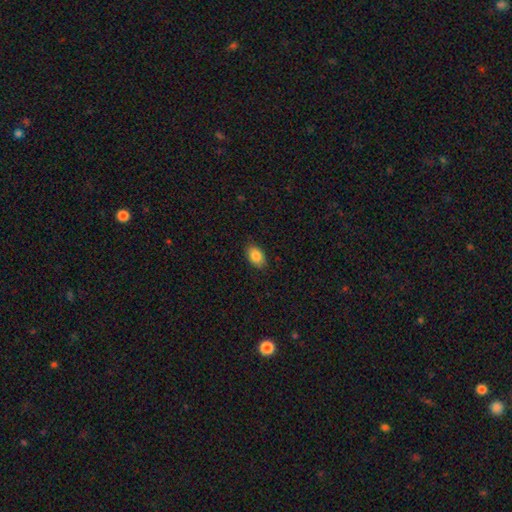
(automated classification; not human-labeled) Morphology: type=smooth (86%); roundness=in between (87%); merging=none (86%).